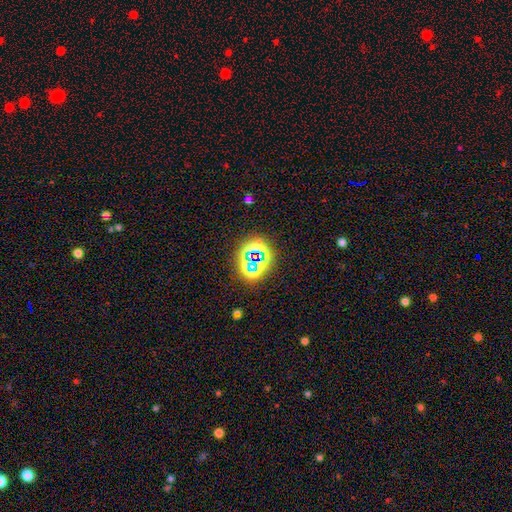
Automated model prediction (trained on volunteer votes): The model was most divided on "smooth or featured": star or artifact: 73%, smooth: 17%, featured or disk: 10%.